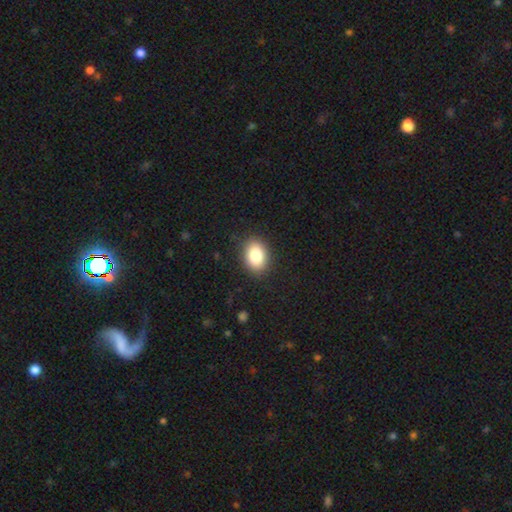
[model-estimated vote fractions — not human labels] This is clearly a smooth galaxy (85%). How rounded: likely in between (80%). Merging: clearly none (88%).